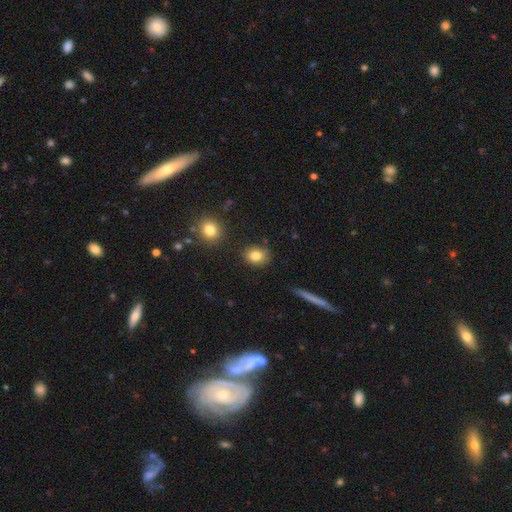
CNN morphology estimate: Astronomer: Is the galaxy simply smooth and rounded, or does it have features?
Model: smooth — 82%.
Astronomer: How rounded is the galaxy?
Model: round — 58% (runner-up: in between, 40%).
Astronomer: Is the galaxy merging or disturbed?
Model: none — 84%.